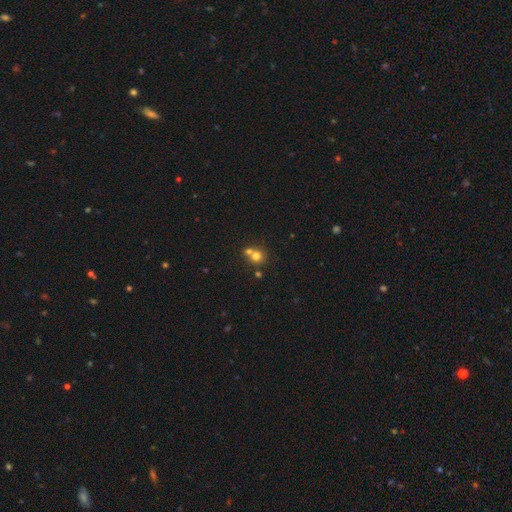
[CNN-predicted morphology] Q: Smooth or featured?
A: smooth (73%); runner-up: star or artifact (15%)
Q: How rounded?
A: round (85%); runner-up: in between (14%)
Q: Merging?
A: merger (47%); runner-up: none (44%)